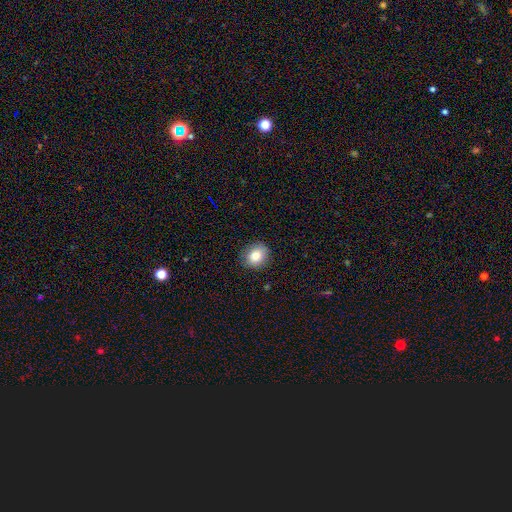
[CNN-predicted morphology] The model was most divided on "how rounded": round: 71%, in between: 28%, cigar-shaped: 1%. More confident: merging — none (86%); smooth or featured — smooth (81%).